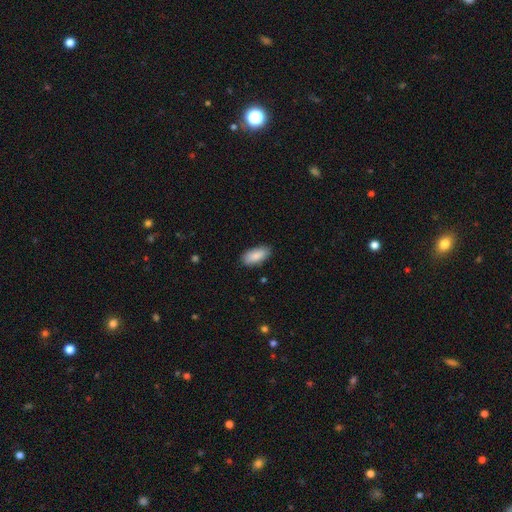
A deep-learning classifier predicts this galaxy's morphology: A smooth galaxy with no disk features (89%) that is in between round and cigar-shaped (91%). Merging: none (85%).